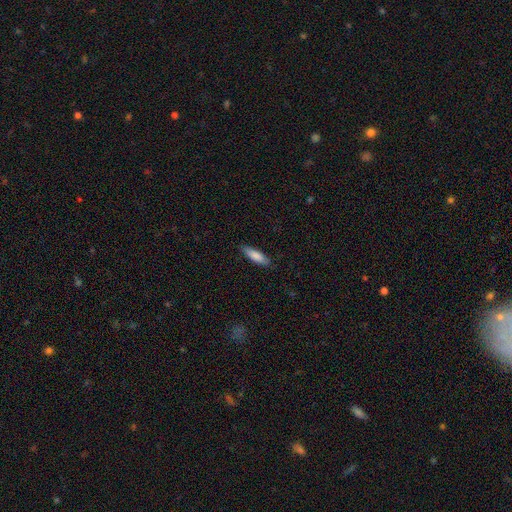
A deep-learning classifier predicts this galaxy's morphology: Smooth or featured? Predicted: smooth (p=0.82). How rounded? Predicted: cigar-shaped (p=0.61). Merging? Predicted: none (p=0.86).